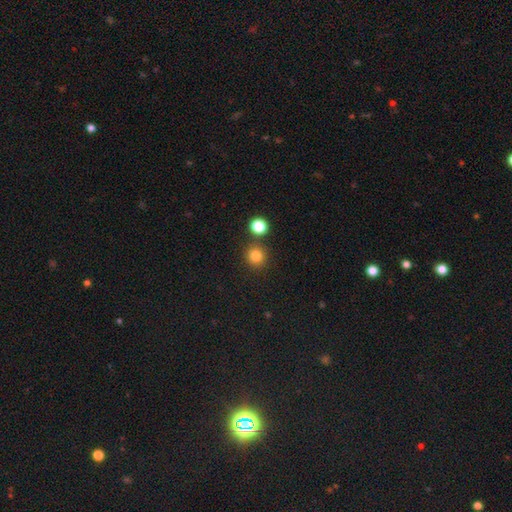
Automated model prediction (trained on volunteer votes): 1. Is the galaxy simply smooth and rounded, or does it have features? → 81% smooth, 14% star or artifact, 5% featured or disk.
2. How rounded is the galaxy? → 93% round, 6% in between, 1% cigar-shaped.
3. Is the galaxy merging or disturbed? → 84% none, 8% merger, 6% minor disturbance, 2% major disturbance.